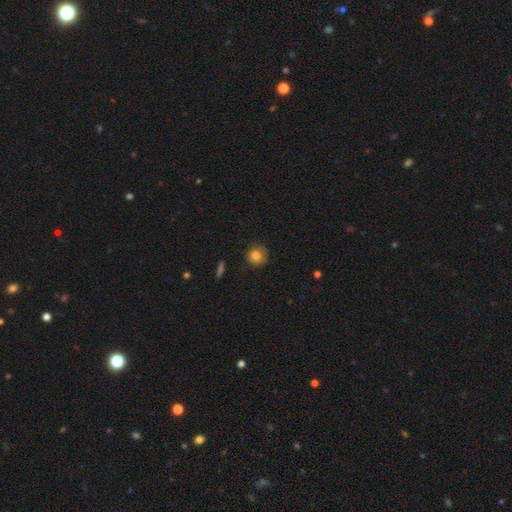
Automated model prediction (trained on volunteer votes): Morphology: type=smooth (81%); roundness=round (93%); merging=none (83%).